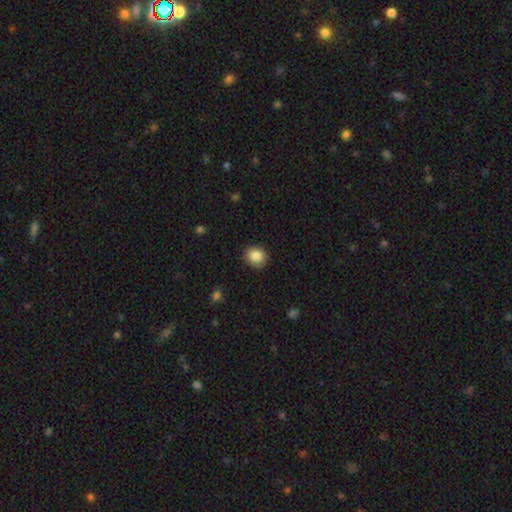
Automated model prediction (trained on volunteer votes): smooth_or_featured: smooth (p=0.87) [alt: star or artifact p=0.09]
how_rounded: round (p=0.72) [alt: in between p=0.27]
merging: none (p=0.88) [alt: minor disturbance p=0.08]